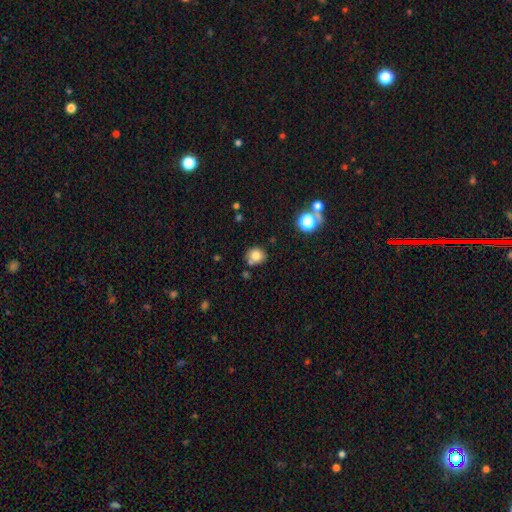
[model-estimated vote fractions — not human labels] smooth-or-featured: smooth: 81% | star or artifact: 12% | featured or disk: 7%
  how-rounded: round: 82% | in between: 17% | cigar-shaped: 1%
  merging: none: 71% | minor disturbance: 14% | merger: 11% | major disturbance: 4%